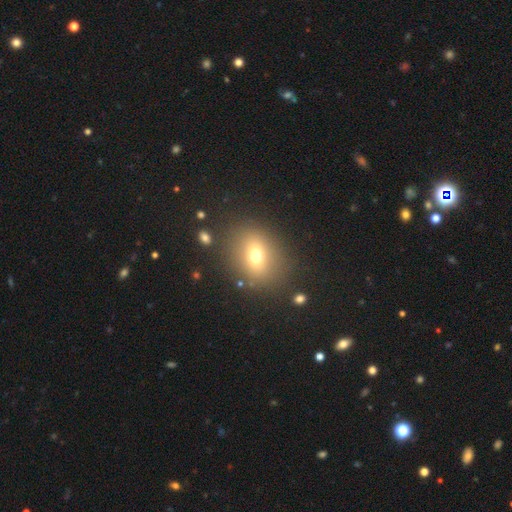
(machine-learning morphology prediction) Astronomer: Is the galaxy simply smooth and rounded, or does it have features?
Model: smooth — 67%.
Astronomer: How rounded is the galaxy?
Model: round — 56% (runner-up: in between, 42%).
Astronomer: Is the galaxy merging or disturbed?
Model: none — 80%.